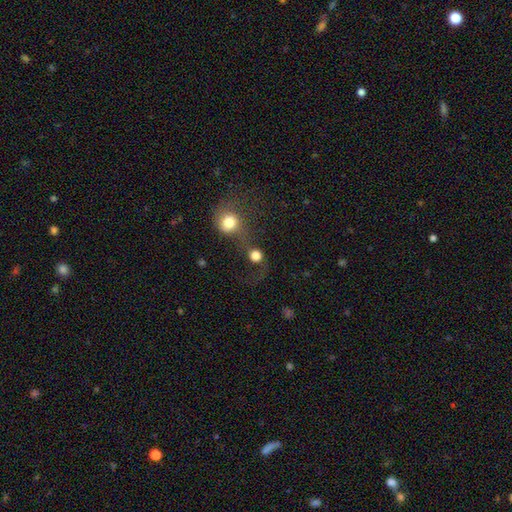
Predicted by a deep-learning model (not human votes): smooth_or_featured: smooth (p=0.73) [alt: featured or disk p=0.14]
how_rounded: round (p=0.87) [alt: in between p=0.11]
merging: merger (p=0.38) [alt: none p=0.34]